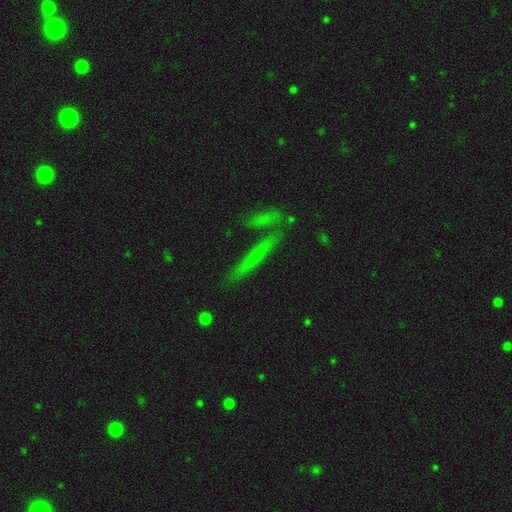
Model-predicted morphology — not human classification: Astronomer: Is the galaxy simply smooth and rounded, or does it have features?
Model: smooth — 48% (runner-up: featured or disk, 39%).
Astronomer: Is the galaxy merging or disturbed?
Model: none — 73%.